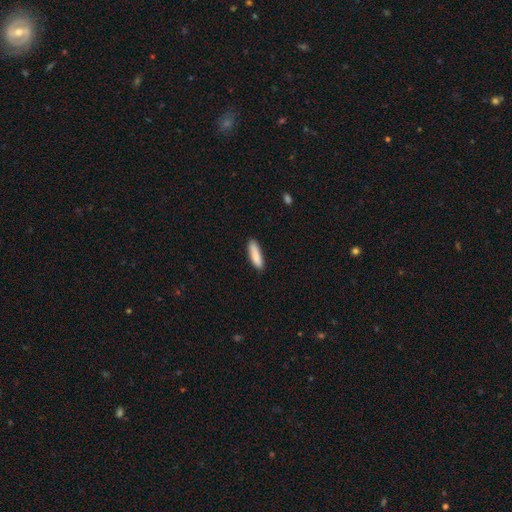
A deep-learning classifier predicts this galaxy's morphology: Q: Smooth or featured?
A: smooth (87%); runner-up: featured or disk (7%)
Q: How rounded?
A: cigar-shaped (68%); runner-up: in between (31%)
Q: Merging?
A: none (85%); runner-up: minor disturbance (11%)